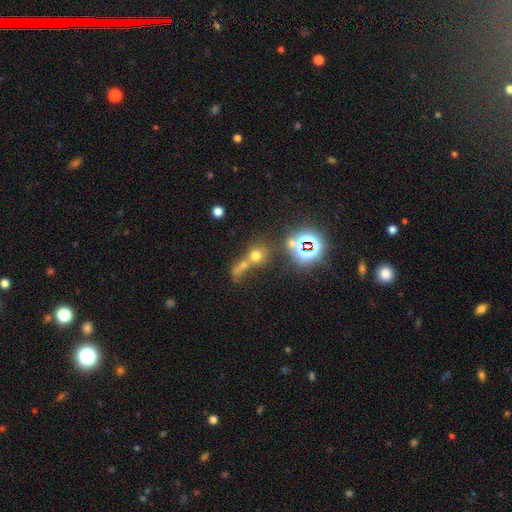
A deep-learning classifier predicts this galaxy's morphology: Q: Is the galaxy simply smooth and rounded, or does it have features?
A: smooth — 54%.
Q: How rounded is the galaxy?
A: round — 80%.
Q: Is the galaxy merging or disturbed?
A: none — 44%.